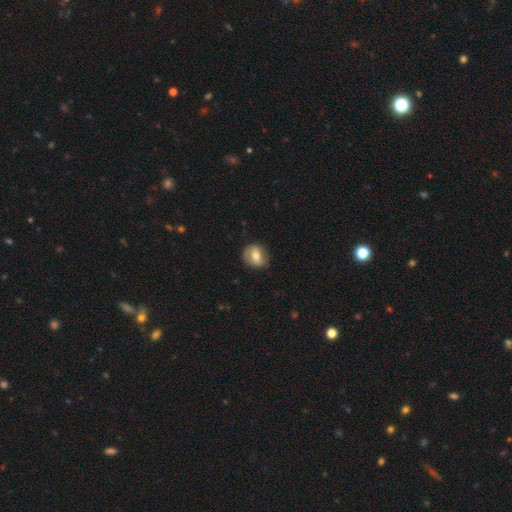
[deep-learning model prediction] smooth-or-featured: smooth: 56% | featured or disk: 36% | star or artifact: 8%
  how-rounded: round: 63% | in between: 36% | cigar-shaped: 1%
  merging: none: 78% | minor disturbance: 16% | major disturbance: 5% | merger: 1%